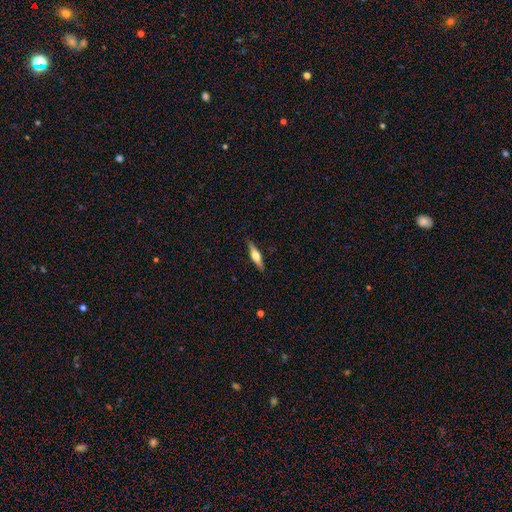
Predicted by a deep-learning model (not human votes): featured or disk 54%, smooth 40%, star or artifact 6%. Down the decision tree: edge-on disk — yes (94%); edge-on bulge — rounded (93%); merging — none (88%).